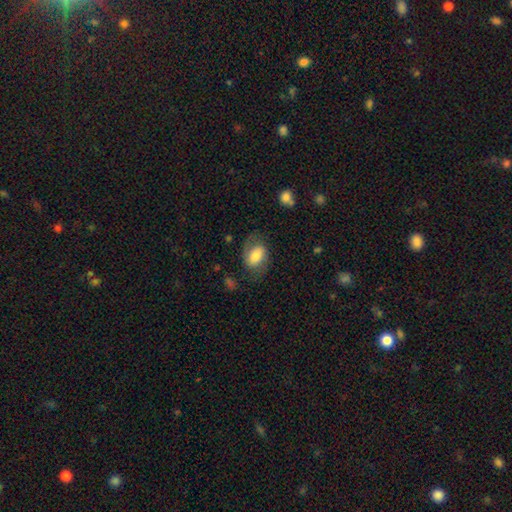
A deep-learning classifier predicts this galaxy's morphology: A smooth galaxy with no disk features (61%) that is in between round and cigar-shaped (82%).

Vote fractions:
- Smooth or featured? smooth: 61% / featured or disk: 32% / star or artifact: 7%
- How rounded? in between: 82% / round: 17% / cigar-shaped: 1%
- Merging? none: 63% / minor disturbance: 22% / major disturbance: 14% / merger: 2%